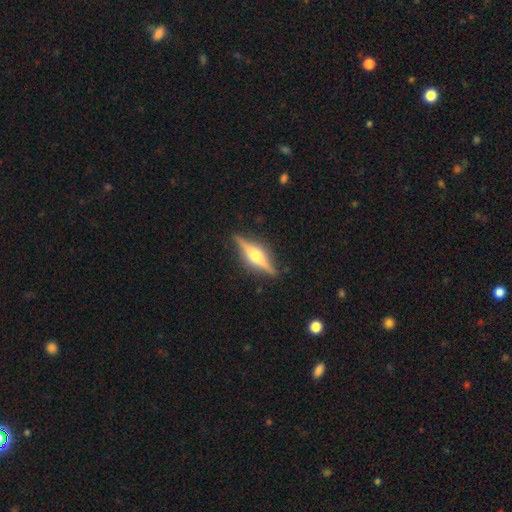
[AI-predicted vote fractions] Smooth or featured? featured or disk (78%)
Edge-on disk? yes (97%)
Edge-on bulge? rounded (93%)
Merging? none (88%)